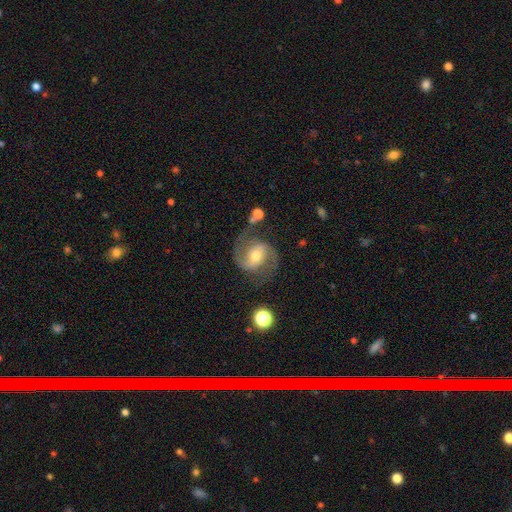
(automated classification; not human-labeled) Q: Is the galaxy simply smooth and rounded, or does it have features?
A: featured or disk — 87%.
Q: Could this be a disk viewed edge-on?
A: no — 98%.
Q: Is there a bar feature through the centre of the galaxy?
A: weak — 46%.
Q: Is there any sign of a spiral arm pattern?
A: yes — 97%.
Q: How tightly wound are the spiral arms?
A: medium — 61%.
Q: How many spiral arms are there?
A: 2 — 93%.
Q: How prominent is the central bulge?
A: moderate — 66%.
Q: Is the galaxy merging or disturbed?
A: none — 74%.